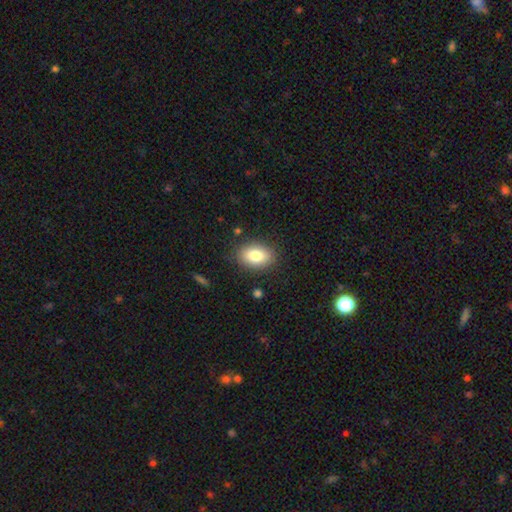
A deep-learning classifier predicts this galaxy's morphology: Smooth or featured: smooth — 82% (featured or disk — 10%)
How rounded: in between — 85% (round — 14%)
Merging: none — 85% (minor disturbance — 10%)